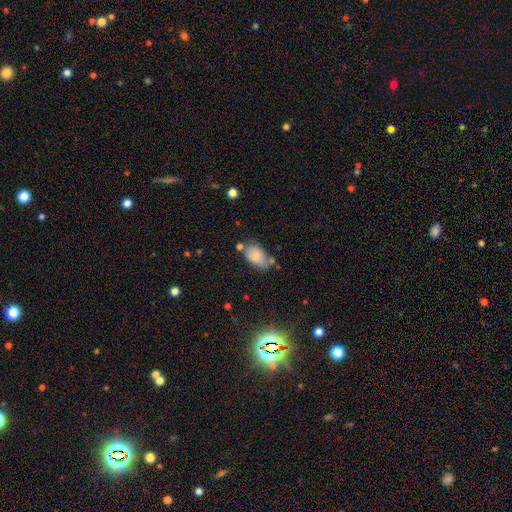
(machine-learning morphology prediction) The model was most divided on "merging": none: 54%, minor disturbance: 26%, merger: 12%, major disturbance: 7%. More confident: how rounded — in between (91%); smooth or featured — smooth (78%).